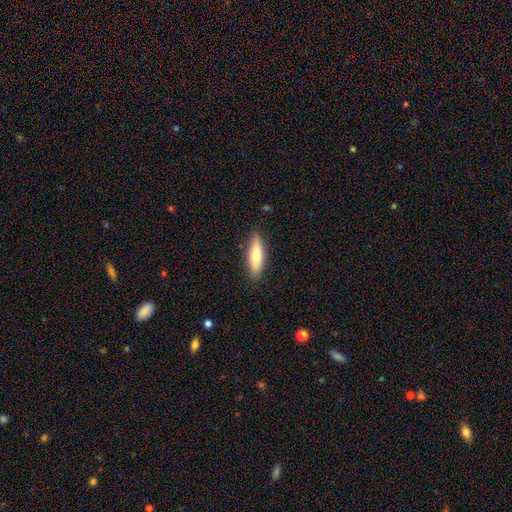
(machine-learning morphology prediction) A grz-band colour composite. It shows a smooth galaxy with no disk features (69%) that is cigar-shaped (59%). Merging: none (88%).